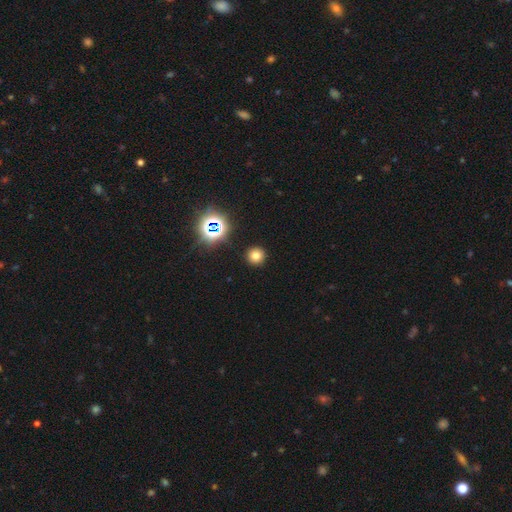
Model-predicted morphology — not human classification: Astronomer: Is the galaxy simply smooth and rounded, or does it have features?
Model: smooth — 72%.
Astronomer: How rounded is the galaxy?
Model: round — 94%.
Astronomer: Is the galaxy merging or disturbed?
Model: none — 92%.